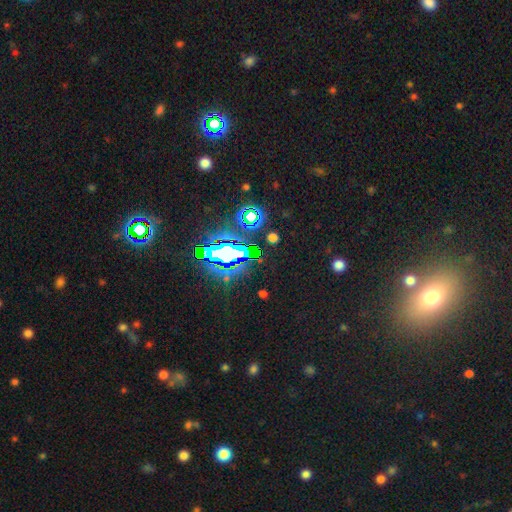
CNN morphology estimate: This appears to be a star or artifact, not a galaxy (78%).